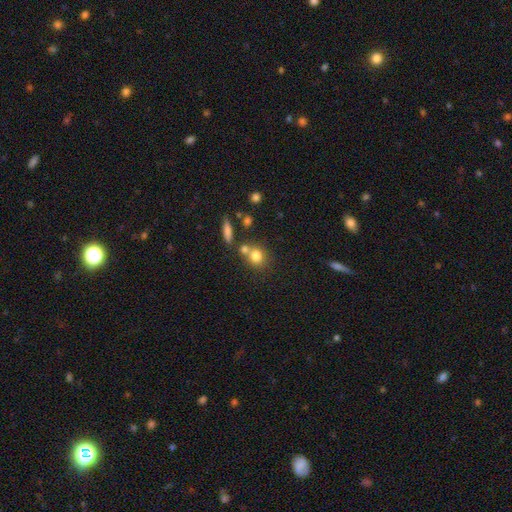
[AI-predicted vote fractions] Smooth or featured?
  - smooth: 78% *
  - star or artifact: 11%
  - featured or disk: 11%
How rounded?
  - round: 75% *
  - in between: 23%
  - cigar-shaped: 2%
Merging?
  - none: 52% *
  - merger: 34%
  - minor disturbance: 10%
  - major disturbance: 4%